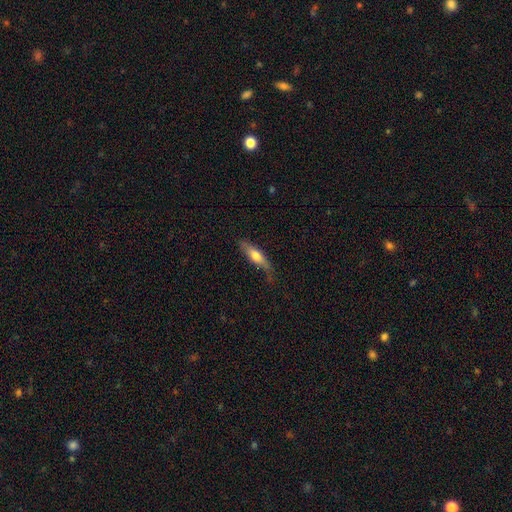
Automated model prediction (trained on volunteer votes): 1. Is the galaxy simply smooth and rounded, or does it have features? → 61% smooth, 33% featured or disk, 6% star or artifact.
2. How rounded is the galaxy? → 60% cigar-shaped, 38% in between, 2% round.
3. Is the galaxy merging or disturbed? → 58% none, 30% minor disturbance, 9% major disturbance, 2% merger.